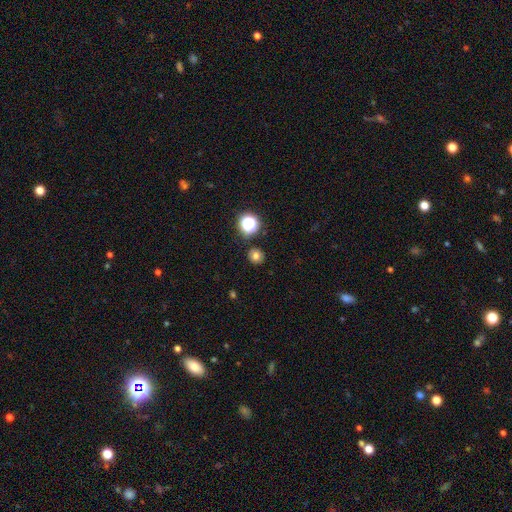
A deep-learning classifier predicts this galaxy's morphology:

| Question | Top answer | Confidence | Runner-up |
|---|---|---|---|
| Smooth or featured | smooth | 75% | star or artifact (17%) |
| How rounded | round | 89% | in between (10%) |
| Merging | none | 88% | minor disturbance (7%) |